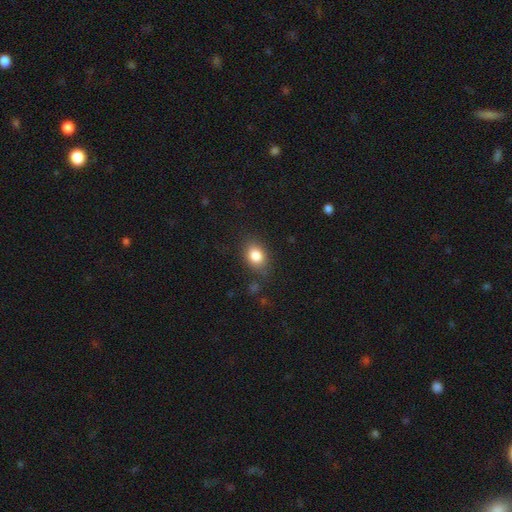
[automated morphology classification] smooth-or-featured: smooth: 83% | star or artifact: 9% | featured or disk: 8%
  how-rounded: in between: 67% | round: 32% | cigar-shaped: 1%
  merging: none: 79% | minor disturbance: 15% | major disturbance: 4% | merger: 2%